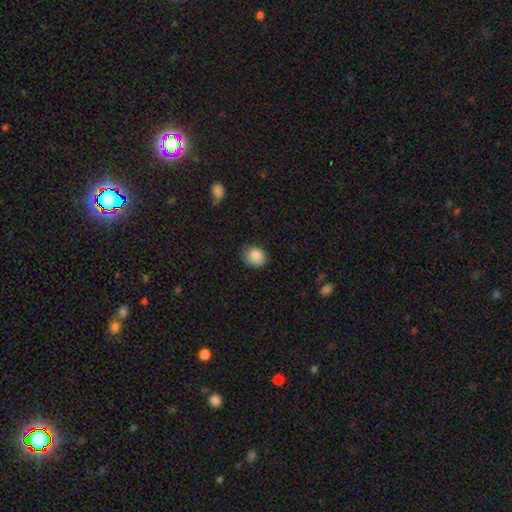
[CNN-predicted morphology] This appears to be a smooth galaxy with no disk features (85%) that is round (64%). Merging: none (67%).